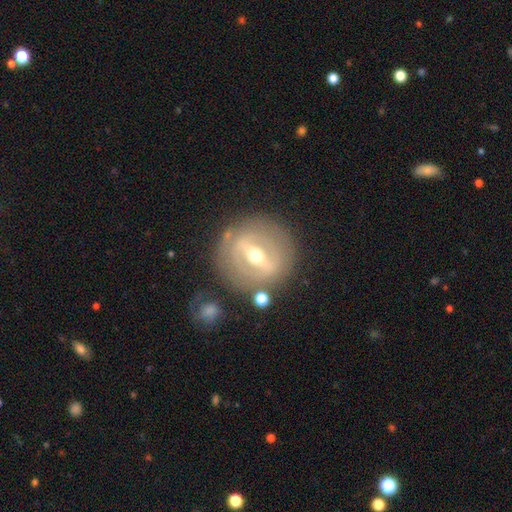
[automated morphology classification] The model was most divided on "spiral arms": no: 61%, yes: 39%. More confident: edge-on disk — no (84%); merging — none (80%); smooth or featured — featured or disk (78%); bulge size — moderate (69%); bar — strong (67%).